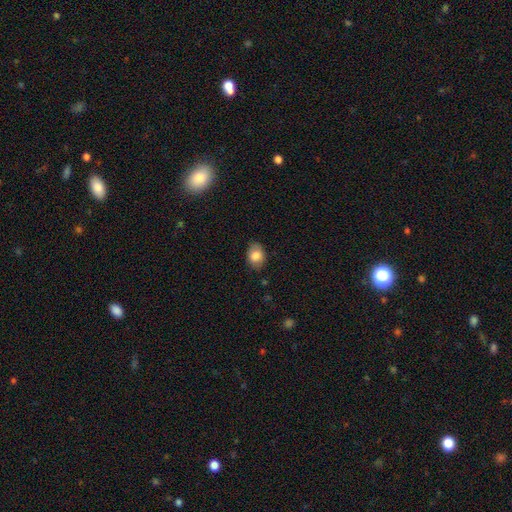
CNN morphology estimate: Overall: smooth (83%). How rounded: in between (71%). Merging: none (81%).